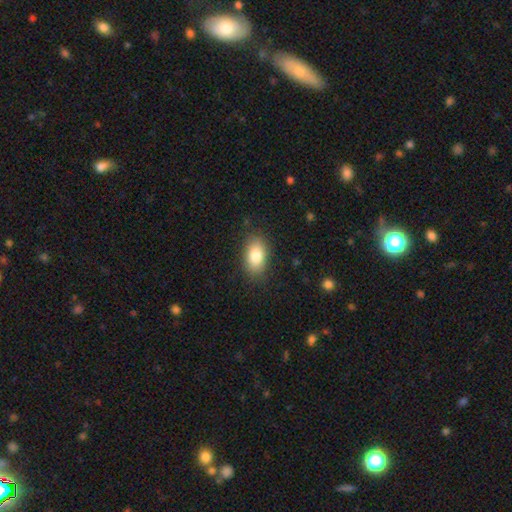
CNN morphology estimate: This appears to be a smooth galaxy with no disk features (83%) that is in between round and cigar-shaped (90%). Merging: none (84%).